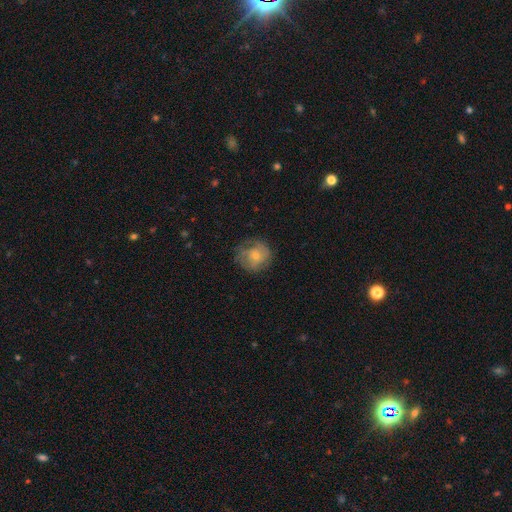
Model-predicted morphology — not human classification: smooth_or_featured: smooth (p=0.58) [alt: featured or disk p=0.34]
how_rounded: round (p=0.84) [alt: in between p=0.15]
merging: none (p=0.62) [alt: minor disturbance p=0.23]